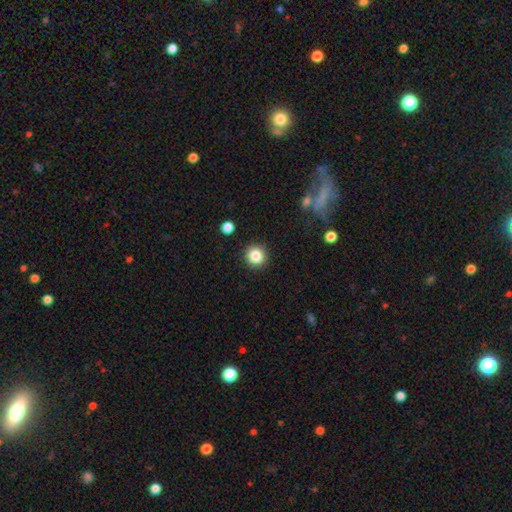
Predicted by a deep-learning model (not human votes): Morphology: type=smooth (85%); roundness=round (94%); merging=none (92%).